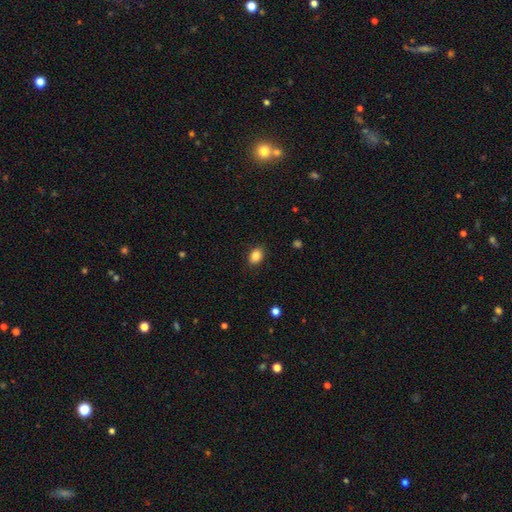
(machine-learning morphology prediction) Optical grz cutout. It shows a smooth galaxy with no disk features (86%) that is in between round and cigar-shaped (69%). Merging: none (88%).